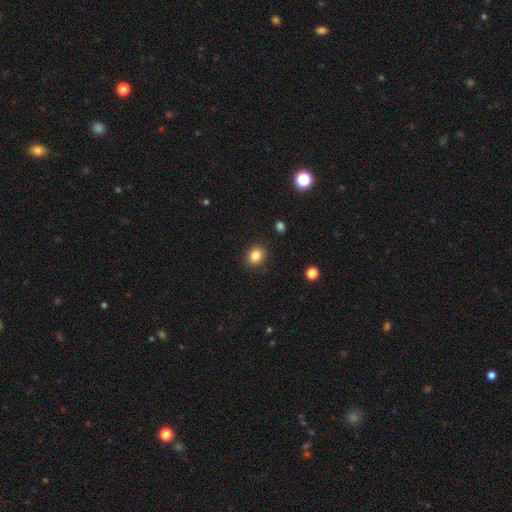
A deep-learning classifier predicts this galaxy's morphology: Q: Smooth or featured?
A: smooth (84%); runner-up: star or artifact (10%)
Q: How rounded?
A: round (60%); runner-up: in between (39%)
Q: Merging?
A: none (89%); runner-up: minor disturbance (8%)